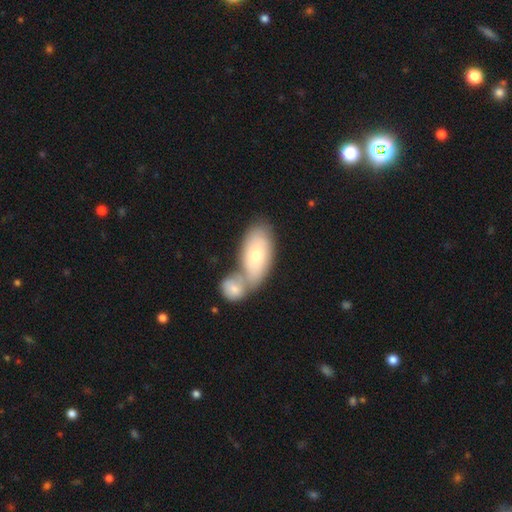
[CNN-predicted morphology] This appears to be a smooth galaxy with no disk features (67%) that is in between round and cigar-shaped (90%). Merging: merger (56%).